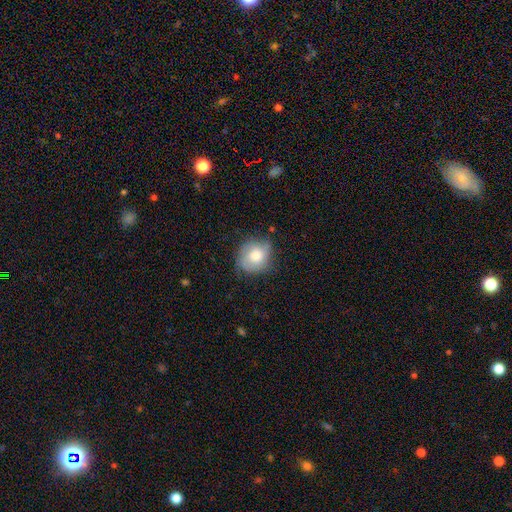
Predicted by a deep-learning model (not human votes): Q: Smooth or featured?
A: smooth (68%); runner-up: featured or disk (25%)
Q: How rounded?
A: round (75%); runner-up: in between (24%)
Q: Merging?
A: none (65%); runner-up: minor disturbance (26%)